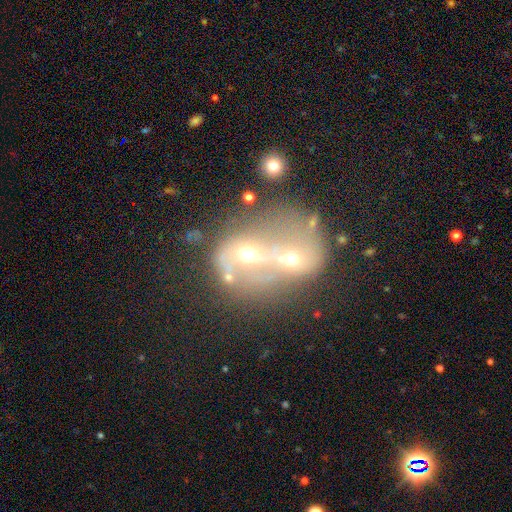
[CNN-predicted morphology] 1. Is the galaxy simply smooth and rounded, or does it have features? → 54% featured or disk, 31% smooth, 15% star or artifact.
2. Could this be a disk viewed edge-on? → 96% no, 4% yes.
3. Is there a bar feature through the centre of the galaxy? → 76% no, 16% weak, 8% strong.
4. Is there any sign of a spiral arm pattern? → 72% no, 28% yes.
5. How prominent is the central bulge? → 58% moderate, 25% small, 8% large, 6% none, 3% dominant.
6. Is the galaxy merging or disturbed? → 79% merger, 10% none, 7% major disturbance, 4% minor disturbance.